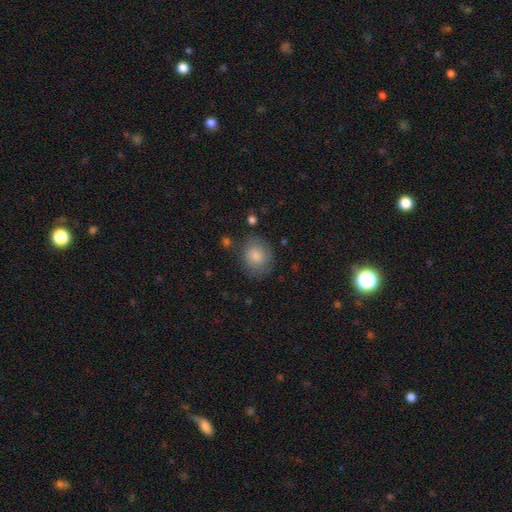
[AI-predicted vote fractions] Smooth or featured?
  - smooth: 83% *
  - featured or disk: 9%
  - star or artifact: 8%
How rounded?
  - round: 67% *
  - in between: 32%
  - cigar-shaped: 1%
Merging?
  - none: 73% *
  - minor disturbance: 18%
  - major disturbance: 7%
  - merger: 3%